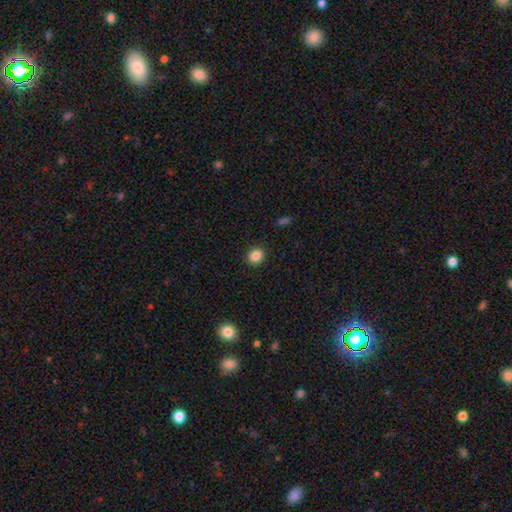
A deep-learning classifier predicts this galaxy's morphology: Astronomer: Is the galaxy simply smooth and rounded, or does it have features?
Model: smooth — 86%.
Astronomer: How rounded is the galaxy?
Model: round — 75%.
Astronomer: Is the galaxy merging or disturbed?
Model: none — 91%.